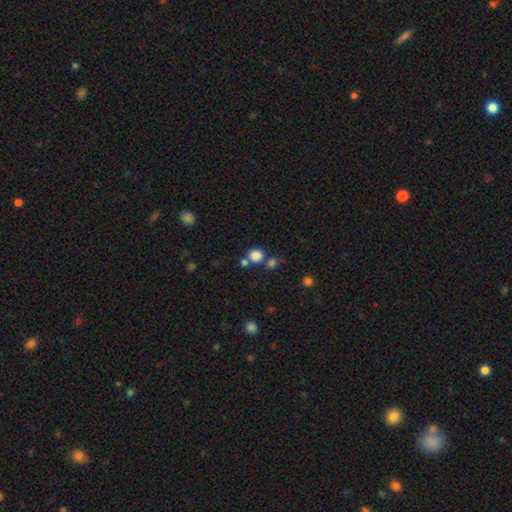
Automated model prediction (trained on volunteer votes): Morphology: type=smooth (81%); roundness=round (84%); merging=none (65%).